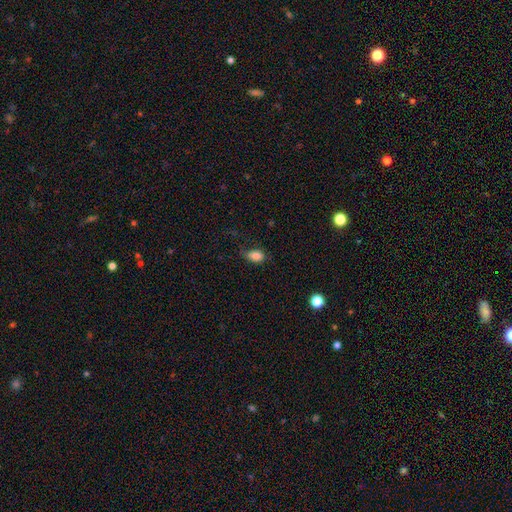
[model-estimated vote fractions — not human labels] Smooth or featured: smooth — 83% (star or artifact — 10%)
How rounded: in between — 80% (round — 18%)
Merging: none — 53% (minor disturbance — 30%)